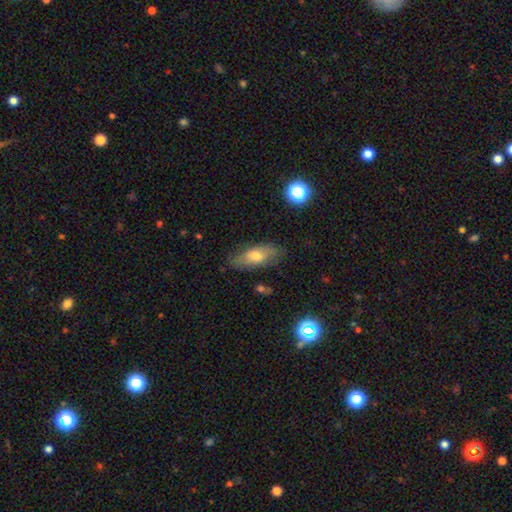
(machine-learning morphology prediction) This is likely a smooth galaxy (64%). How rounded: likely in between (79%). Merging: likely none (77%).